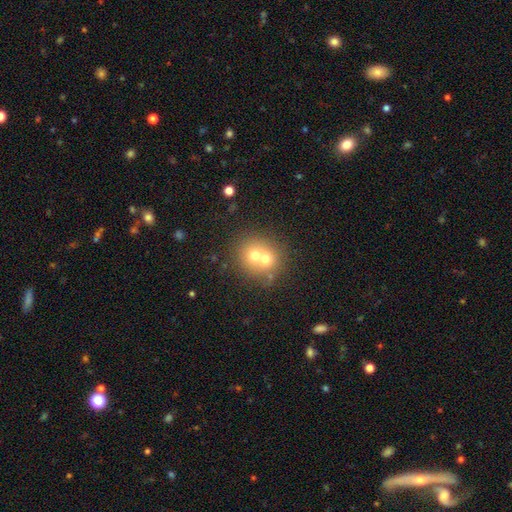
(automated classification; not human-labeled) A smooth galaxy with no disk features (63%) that is round (81%).

Vote fractions:
- Smooth or featured? smooth: 63% / featured or disk: 24% / star or artifact: 13%
- How rounded? round: 81% / in between: 18% / cigar-shaped: 1%
- Merging? merger: 58% / none: 34% / minor disturbance: 5% / major disturbance: 2%